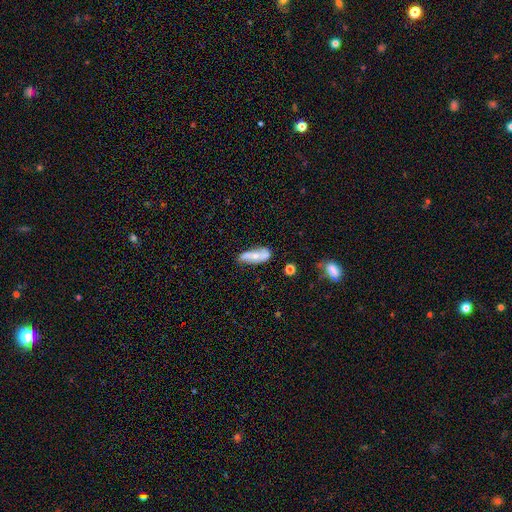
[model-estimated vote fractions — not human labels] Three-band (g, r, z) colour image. It shows a smooth galaxy with no disk features (48%). Merging: none (54%).